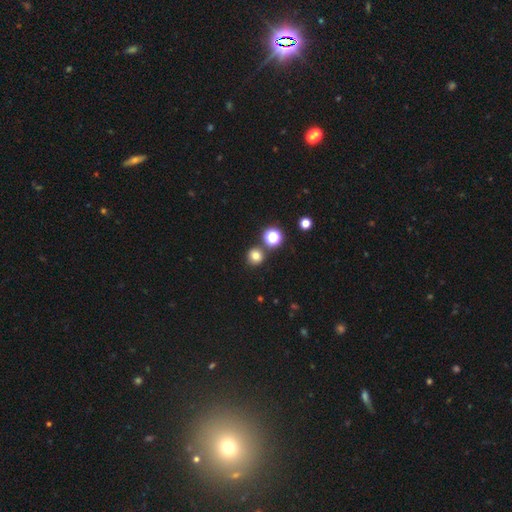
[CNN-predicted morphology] type=smooth (77%); roundness=round (92%); merging=none (82%).